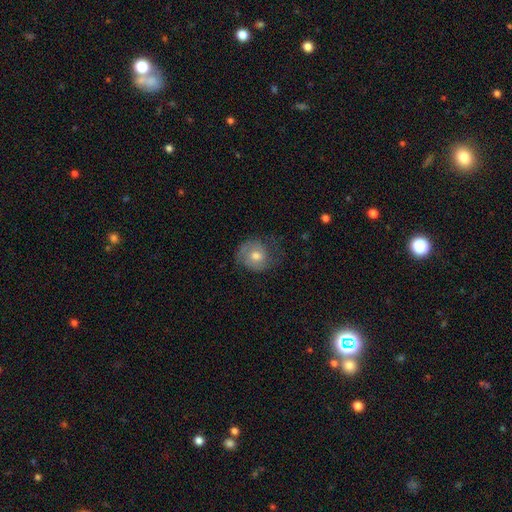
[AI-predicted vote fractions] Smooth or featured? Predicted: smooth (p=0.50). How rounded? Predicted: round (p=0.73). Merging? Predicted: none (p=0.56).